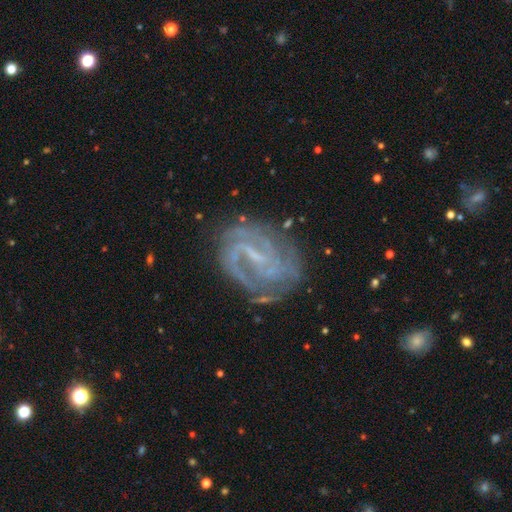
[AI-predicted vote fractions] This appears to be a featured or disk galaxy (85%) with a weak bar (49%), 2 (55%) tight (44%) spiral arms (94%) and a small central bulge (59%). Merging: none (70%).